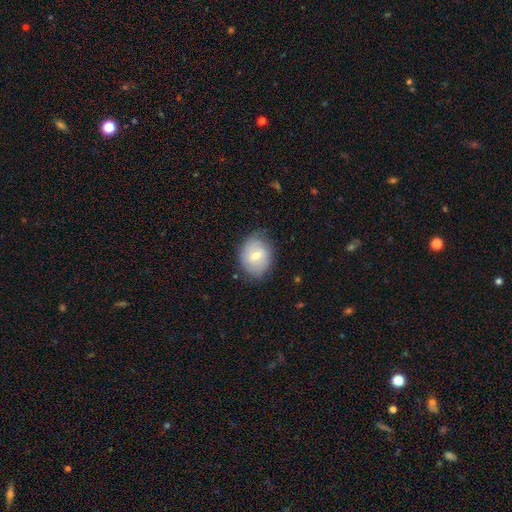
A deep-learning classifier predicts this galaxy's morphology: Q: Smooth or featured?
A: smooth (59%); runner-up: featured or disk (32%)
Q: How rounded?
A: in between (53%); runner-up: round (46%)
Q: Merging?
A: none (73%); runner-up: minor disturbance (20%)